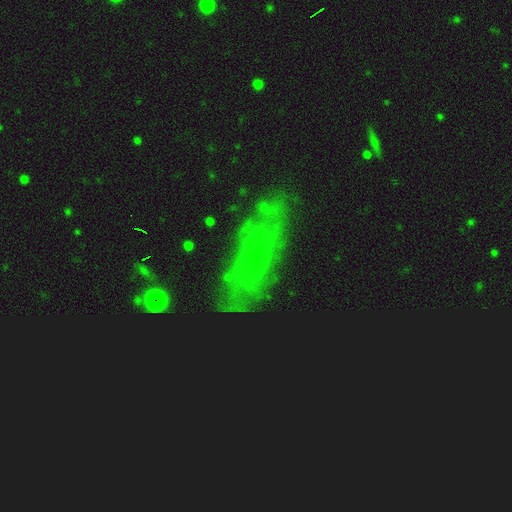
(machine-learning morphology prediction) A featured or disk galaxy (47%).

Vote fractions:
- Smooth or featured? featured or disk: 47% / smooth: 31% / star or artifact: 22%
- Merging? none: 74% / minor disturbance: 17% / major disturbance: 6% / merger: 2%